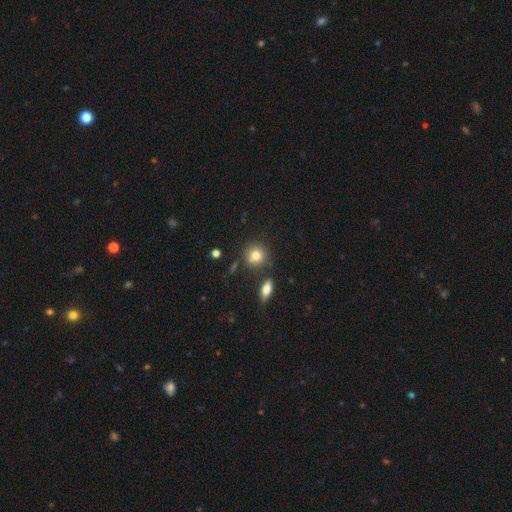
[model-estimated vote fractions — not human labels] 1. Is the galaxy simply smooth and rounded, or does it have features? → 80% smooth, 10% star or artifact, 10% featured or disk.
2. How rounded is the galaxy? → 87% round, 12% in between, 1% cigar-shaped.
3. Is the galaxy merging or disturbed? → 81% none, 9% minor disturbance, 7% merger, 3% major disturbance.